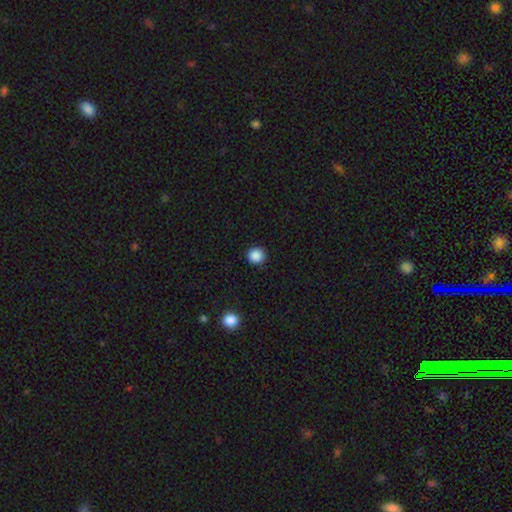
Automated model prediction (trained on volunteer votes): Smooth or featured? Predicted: smooth (p=0.88). How rounded? Predicted: round (p=0.93). Merging? Predicted: none (p=0.92).